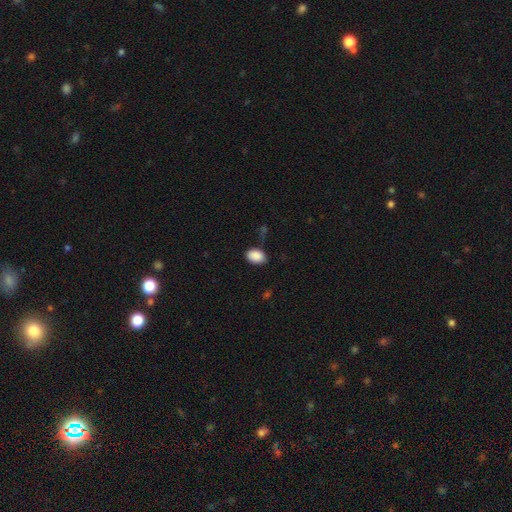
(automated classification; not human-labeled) smooth-or-featured: smooth: 89% | star or artifact: 8% | featured or disk: 4%
  how-rounded: in between: 83% | round: 16% | cigar-shaped: 1%
  merging: none: 72% | minor disturbance: 20% | major disturbance: 5% | merger: 3%